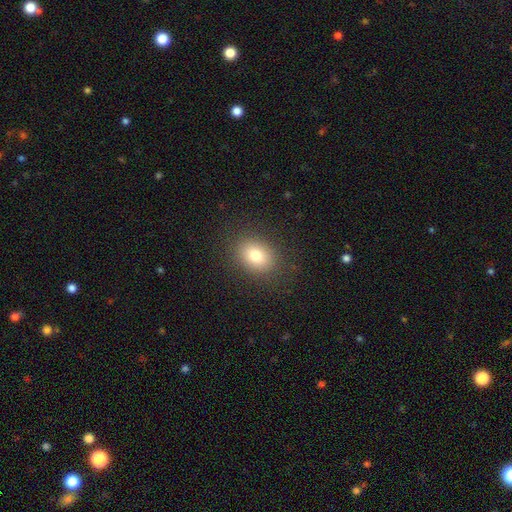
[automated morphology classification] Smooth or featured?
  - smooth: 80% *
  - star or artifact: 11%
  - featured or disk: 9%
How rounded?
  - in between: 59% *
  - round: 41%
  - cigar-shaped: 1%
Merging?
  - none: 86% *
  - minor disturbance: 9%
  - major disturbance: 4%
  - merger: 1%